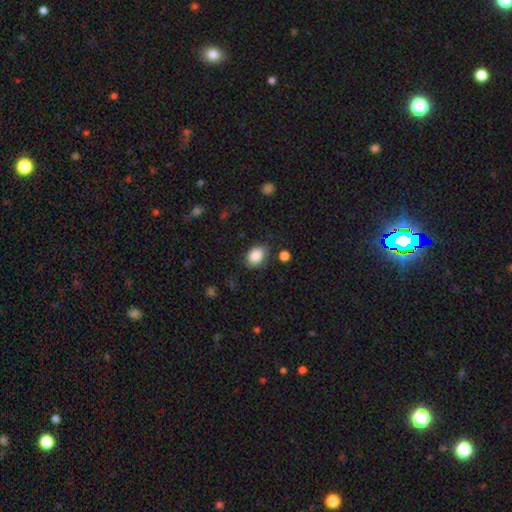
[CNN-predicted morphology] The model was most divided on "how rounded": in between: 74%, round: 25%, cigar-shaped: 1%. More confident: smooth or featured — smooth (86%); merging — none (74%).